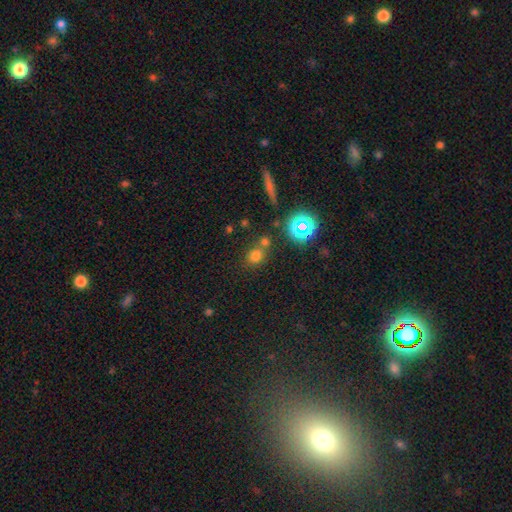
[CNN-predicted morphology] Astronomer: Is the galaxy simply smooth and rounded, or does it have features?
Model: smooth — 68%.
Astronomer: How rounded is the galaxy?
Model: round — 79%.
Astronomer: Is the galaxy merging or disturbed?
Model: none — 63%.